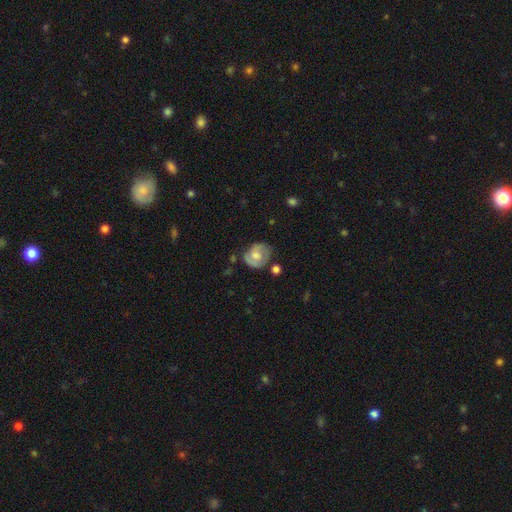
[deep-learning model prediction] This is possibly a featured or disk galaxy (51%). It is clearly not viewed edge-on (96%). Merging: likely none (61%).